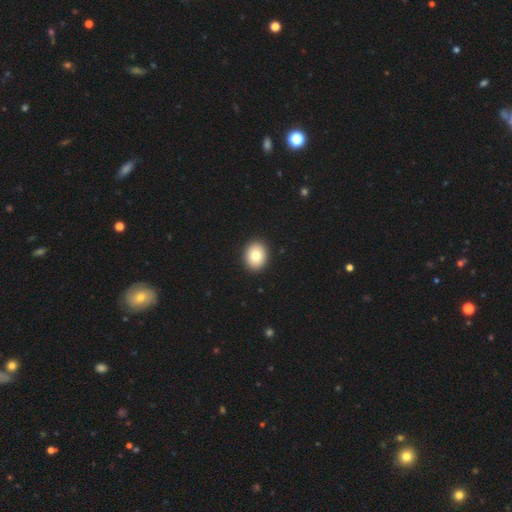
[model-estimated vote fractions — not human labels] smooth 81%, featured or disk 11%, star or artifact 8%. Down the decision tree: how rounded — round (59%); merging — none (93%).